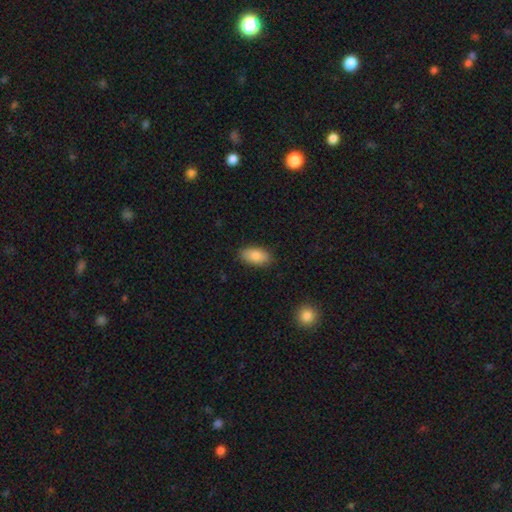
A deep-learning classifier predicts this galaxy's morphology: This appears to be a smooth galaxy with no disk features (86%) that is in between round and cigar-shaped (93%). Merging: none (86%).